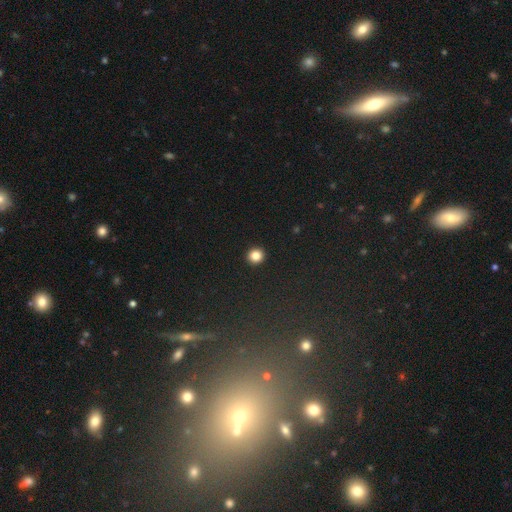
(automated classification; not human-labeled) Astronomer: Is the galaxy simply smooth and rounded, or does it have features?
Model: smooth — 84%.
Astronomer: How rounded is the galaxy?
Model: round — 94%.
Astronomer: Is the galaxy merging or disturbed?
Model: none — 94%.